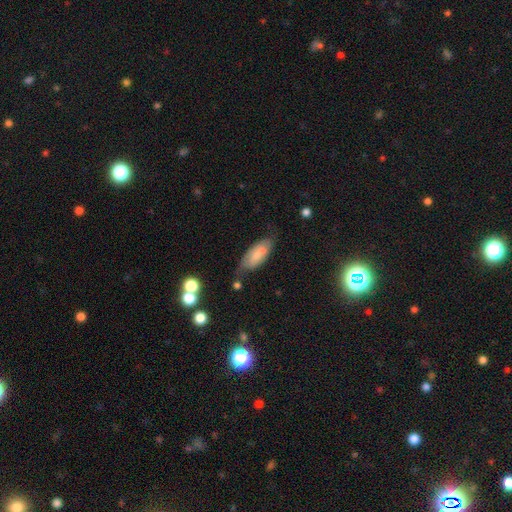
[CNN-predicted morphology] smooth_or_featured: smooth (p=0.70) [alt: featured or disk p=0.23]
how_rounded: in between (p=0.81) [alt: cigar-shaped p=0.16]
merging: none (p=0.55) [alt: minor disturbance p=0.27]